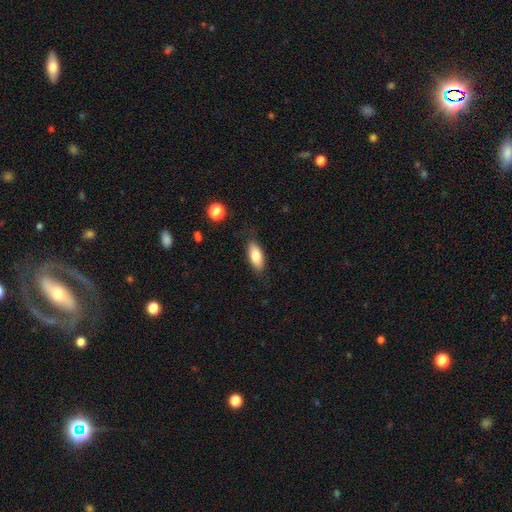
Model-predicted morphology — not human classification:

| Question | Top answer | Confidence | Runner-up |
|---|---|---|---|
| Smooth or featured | smooth | 80% | featured or disk (13%) |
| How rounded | in between | 80% | cigar-shaped (17%) |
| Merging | none | 82% | minor disturbance (14%) |